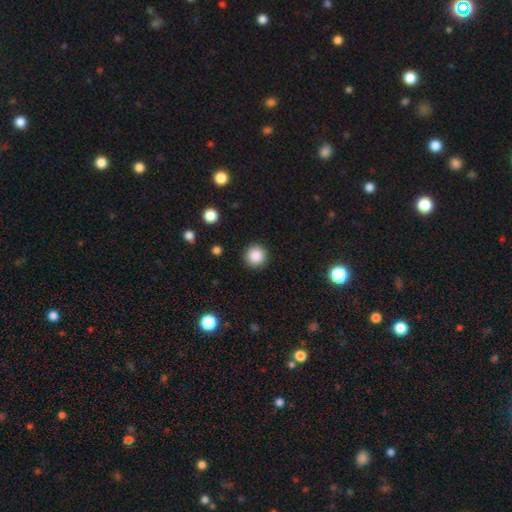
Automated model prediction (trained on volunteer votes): Morphology: type=smooth (86%); roundness=round (95%); merging=none (92%).